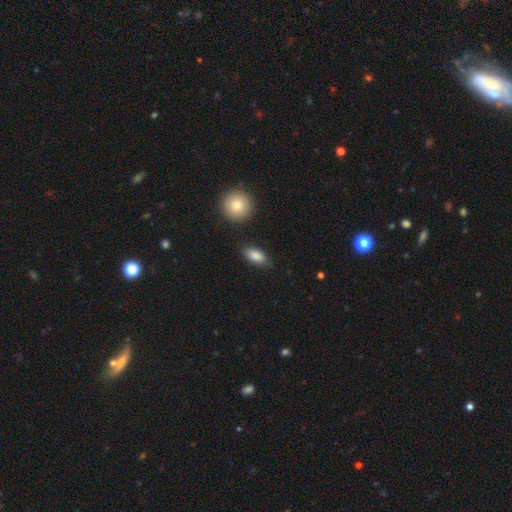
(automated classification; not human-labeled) Smooth or featured? Predicted: smooth (p=0.86). How rounded? Predicted: in between (p=0.89). Merging? Predicted: none (p=0.78).